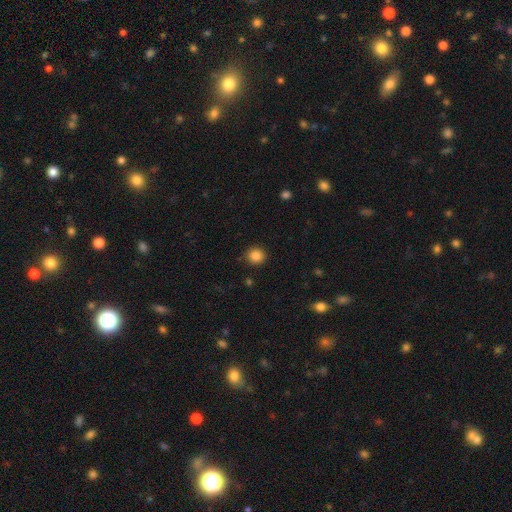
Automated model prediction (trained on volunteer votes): smooth-or-featured: smooth: 85% | star or artifact: 11% | featured or disk: 4%
  how-rounded: round: 92% | in between: 7% | cigar-shaped: 1%
  merging: none: 87% | minor disturbance: 10% | major disturbance: 2% | merger: 1%